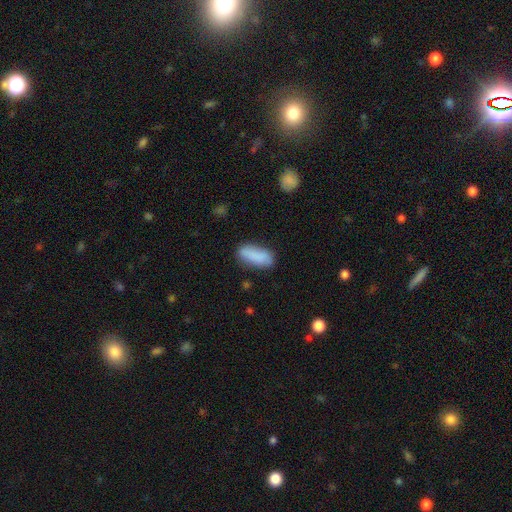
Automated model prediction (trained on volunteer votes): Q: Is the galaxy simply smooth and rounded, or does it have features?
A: smooth — 85%.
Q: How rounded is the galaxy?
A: in between — 72%.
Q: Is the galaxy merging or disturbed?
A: none — 73%.